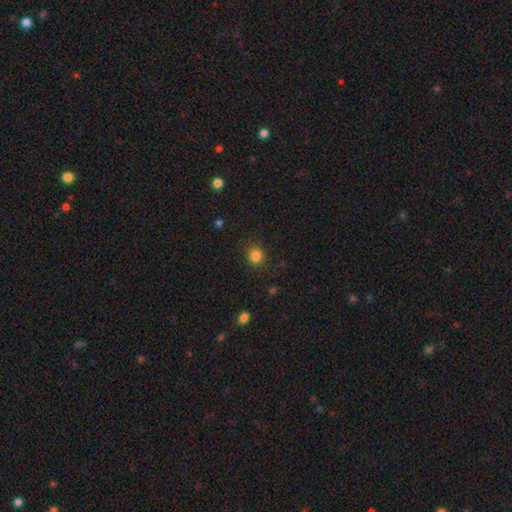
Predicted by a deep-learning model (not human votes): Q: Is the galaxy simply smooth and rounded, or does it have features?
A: smooth — 83%.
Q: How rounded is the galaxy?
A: round — 70%.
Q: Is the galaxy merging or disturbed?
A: none — 83%.